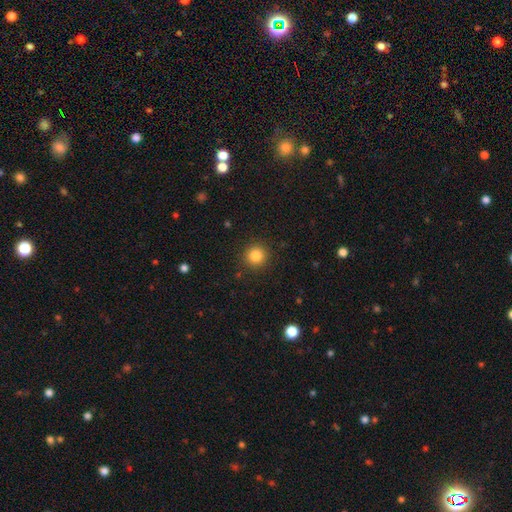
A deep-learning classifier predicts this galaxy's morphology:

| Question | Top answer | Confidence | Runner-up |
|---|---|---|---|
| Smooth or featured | smooth | 84% | star or artifact (11%) |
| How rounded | round | 94% | in between (5%) |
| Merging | none | 91% | minor disturbance (6%) |